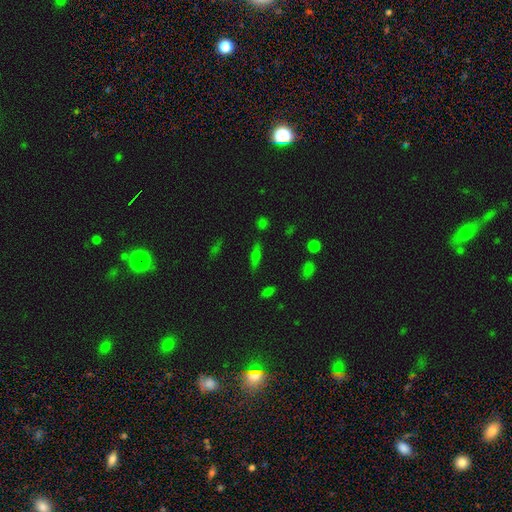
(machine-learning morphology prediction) Smooth or featured? Predicted: smooth (p=0.45). Merging? Predicted: none (p=0.83).